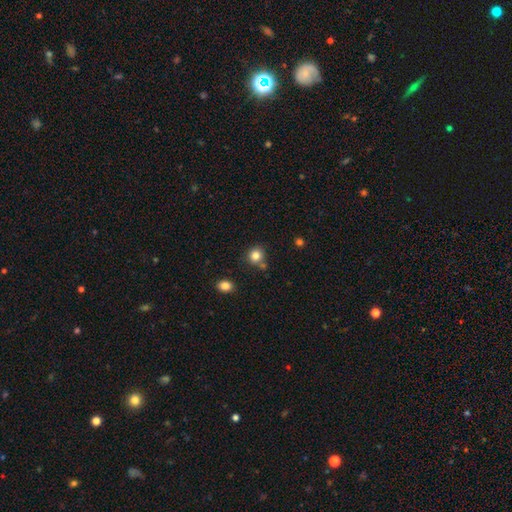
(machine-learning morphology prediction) A smooth galaxy with no disk features (82%) that is round (85%).

Vote fractions:
- Smooth or featured? smooth: 82% / star or artifact: 12% / featured or disk: 6%
- How rounded? round: 85% / in between: 14% / cigar-shaped: 1%
- Merging? none: 70% / merger: 13% / minor disturbance: 13% / major disturbance: 4%